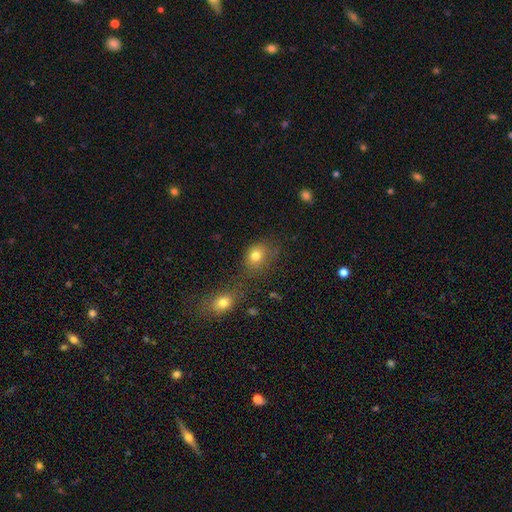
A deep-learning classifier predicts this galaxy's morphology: type=smooth (79%); roundness=round (54%); merging=none (62%).